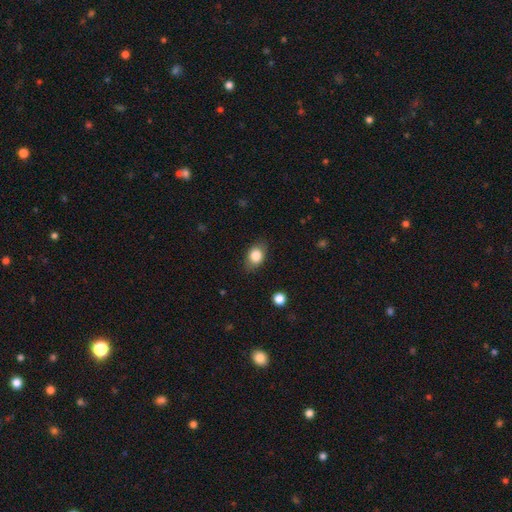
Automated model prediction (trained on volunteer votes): smooth_or_featured: smooth (p=0.83) [alt: featured or disk p=0.09]
how_rounded: in between (p=0.72) [alt: round p=0.26]
merging: none (p=0.82) [alt: minor disturbance p=0.14]